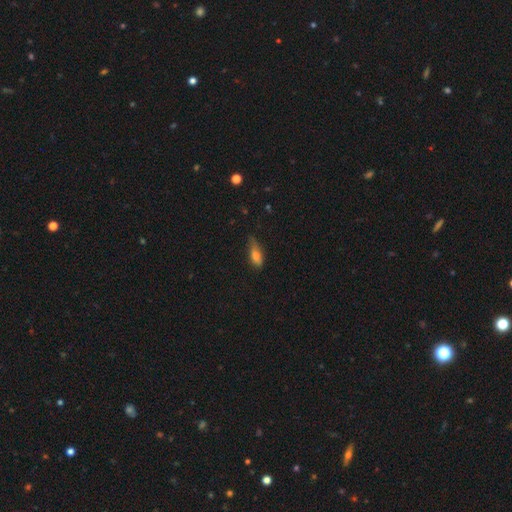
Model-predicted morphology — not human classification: Overall: smooth (72%). How rounded: in between (61%; cigar-shaped 35%). Merging: none (44%; minor disturbance 41%).